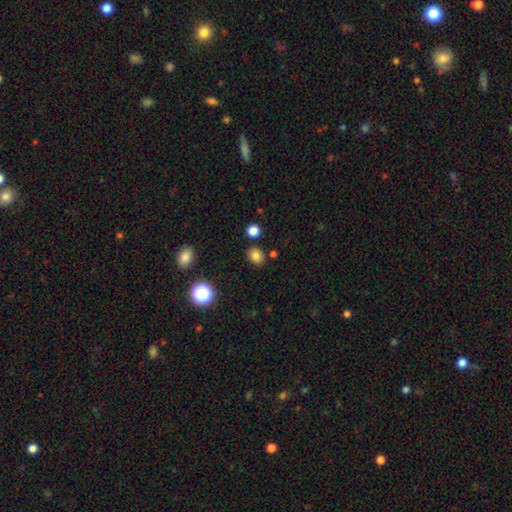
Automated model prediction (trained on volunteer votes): The model was most divided on "how rounded": round: 56%, in between: 43%, cigar-shaped: 1%. More confident: merging — none (82%); smooth or featured — smooth (81%).